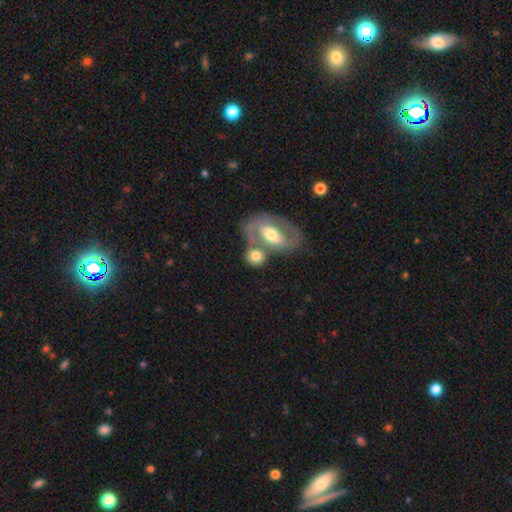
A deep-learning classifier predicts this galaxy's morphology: Smooth or featured? smooth (50%)
How rounded? round (51%)
Merging? none (42%)